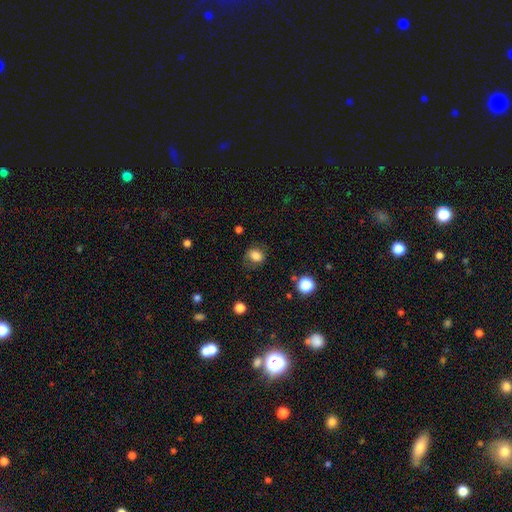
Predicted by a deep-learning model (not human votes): A smooth galaxy with no disk features (79%) that is round (56%). Merging: none (69%).